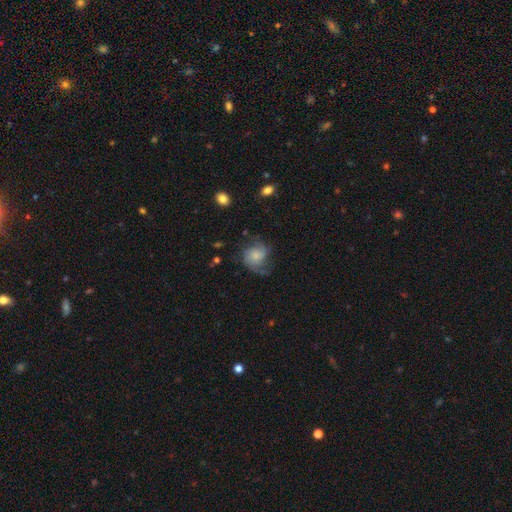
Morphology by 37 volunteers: Q: Smooth or featured?
A: featured or disk (57%); runner-up: smooth (43%)
Q: Edge-on disk?
A: no (95%); runner-up: yes (5%)
Q: Bar?
A: no (85%); runner-up: weak (15%)
Q: Spiral arms?
A: yes (95%); runner-up: no (5%)
Q: Spiral winding?
A: medium (58%); runner-up: loose (32%)
Q: Spiral arm count?
A: 2 (68%); runner-up: can't tell (16%)
Q: Bulge size?
A: moderate (50%); runner-up: small (35%)
Q: Merging?
A: none (59%); runner-up: minor disturbance (22%)